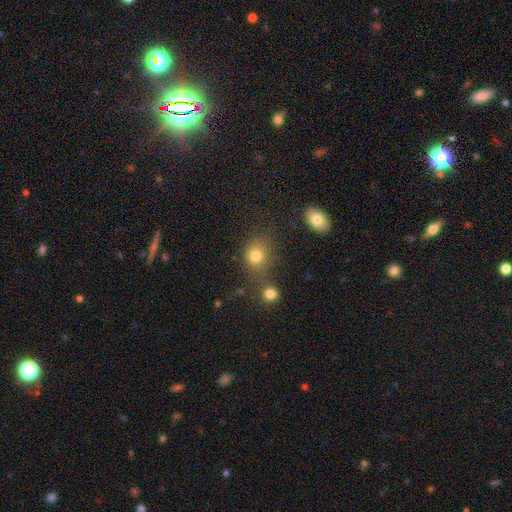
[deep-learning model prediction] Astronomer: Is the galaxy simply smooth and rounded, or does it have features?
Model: smooth — 79%.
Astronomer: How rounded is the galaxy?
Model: round — 71%.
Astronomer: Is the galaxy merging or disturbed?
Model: none — 61%.